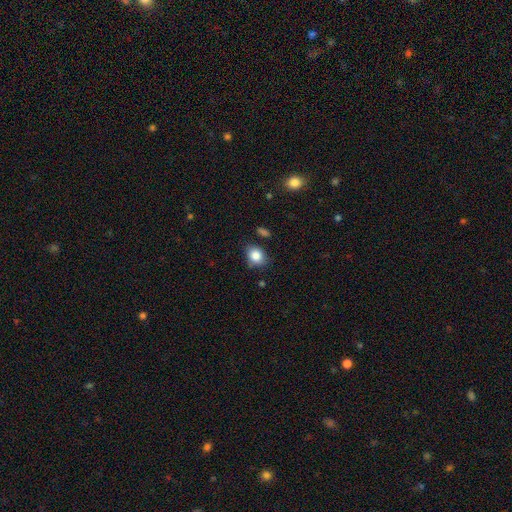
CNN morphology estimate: This is clearly a smooth galaxy (84%). How rounded: possibly in between (51%). Merging: likely none (74%).